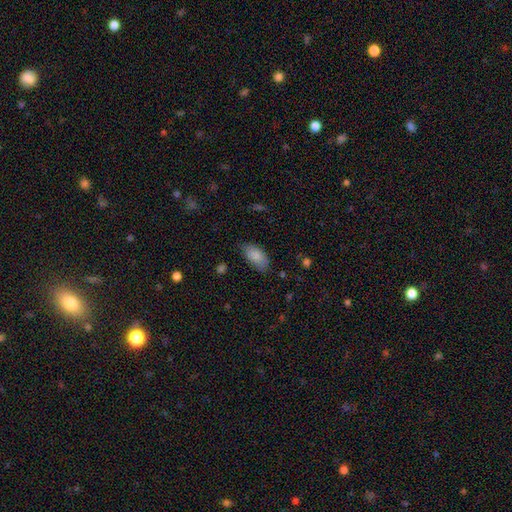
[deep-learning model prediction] This is clearly a smooth galaxy (86%). How rounded: clearly in between (93%). Merging: likely none (74%).